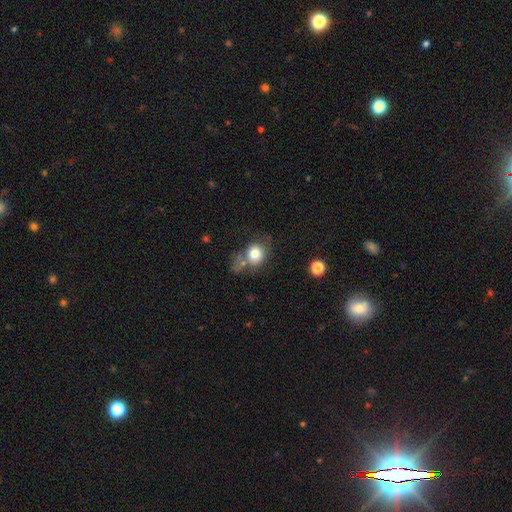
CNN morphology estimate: type=smooth (71%); roundness=round (71%); merging=none (49%).